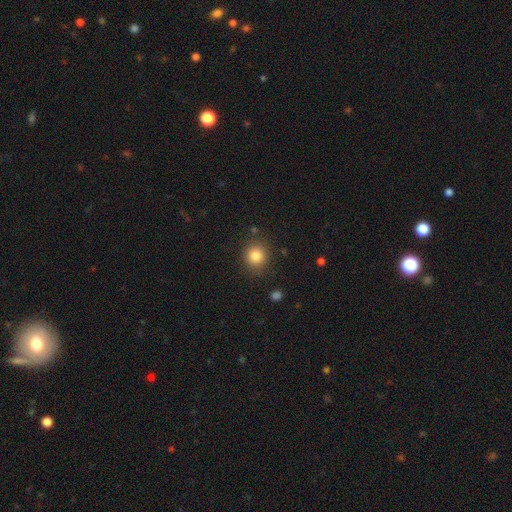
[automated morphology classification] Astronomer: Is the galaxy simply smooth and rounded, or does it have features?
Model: smooth — 83%.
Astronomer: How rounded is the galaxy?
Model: round — 87%.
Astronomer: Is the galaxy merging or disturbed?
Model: none — 86%.